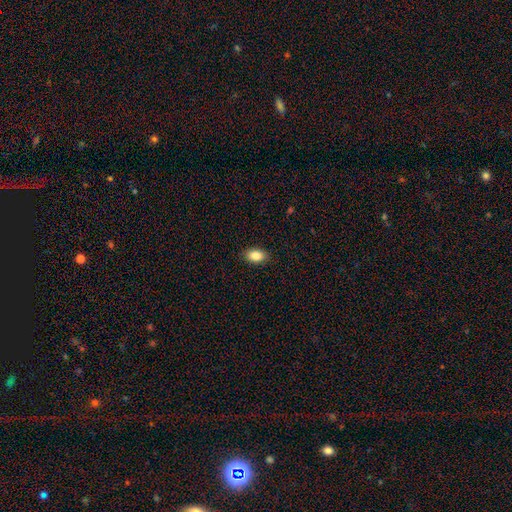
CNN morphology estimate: Smooth or featured? smooth (85%)
How rounded? in between (90%)
Merging? none (89%)